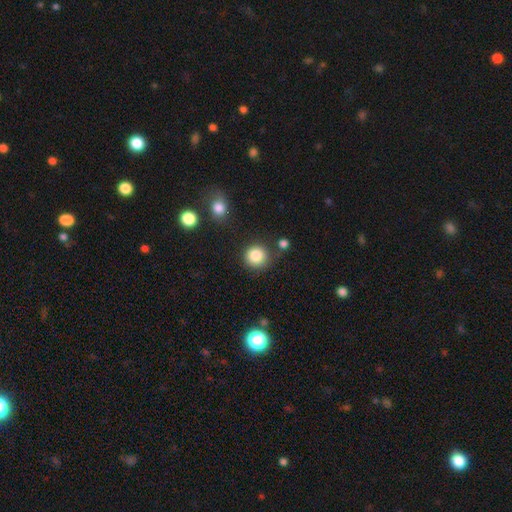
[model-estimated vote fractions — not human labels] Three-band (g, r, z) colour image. It shows a smooth galaxy with no disk features (85%) that is round (92%). Merging: none (80%).